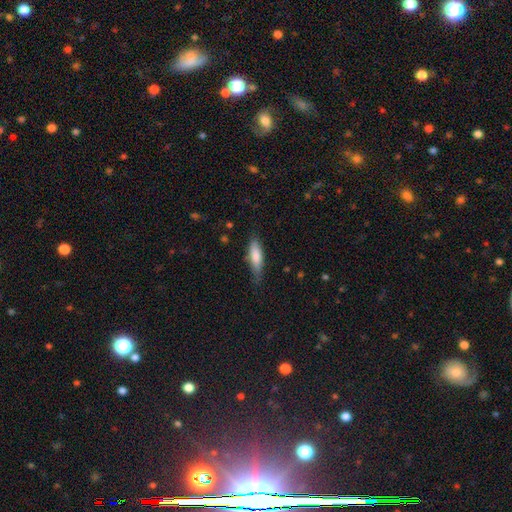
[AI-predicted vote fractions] The model was most divided on "how rounded": cigar-shaped: 54%, in between: 45%, round: 2%. More confident: smooth or featured — smooth (77%); merging — none (67%).